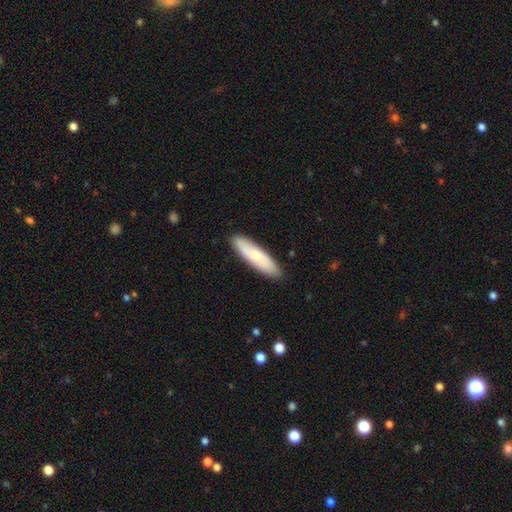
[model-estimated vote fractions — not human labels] smooth-or-featured: smooth: 64% | featured or disk: 30% | star or artifact: 5%
  how-rounded: cigar-shaped: 70% | in between: 29% | round: 2%
  merging: none: 88% | minor disturbance: 10% | major disturbance: 2% | merger: 1%